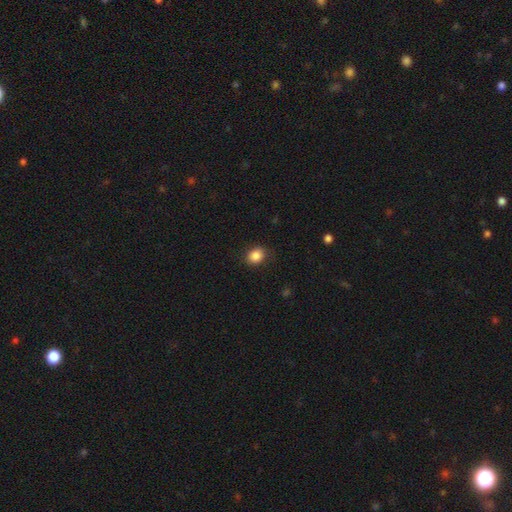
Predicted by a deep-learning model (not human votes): smooth-or-featured: smooth: 86% | star or artifact: 10% | featured or disk: 4%
  how-rounded: round: 64% | in between: 35% | cigar-shaped: 1%
  merging: none: 84% | minor disturbance: 12% | major disturbance: 3% | merger: 1%